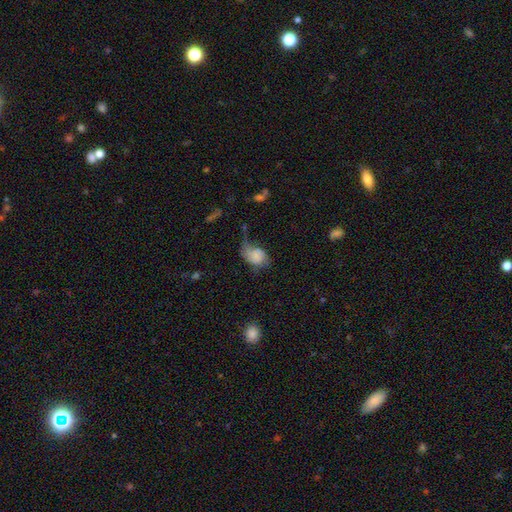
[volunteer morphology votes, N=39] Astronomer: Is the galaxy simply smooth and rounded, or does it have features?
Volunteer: smooth — 67%.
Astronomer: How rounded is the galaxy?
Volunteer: in between — 73%.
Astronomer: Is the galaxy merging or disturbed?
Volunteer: major disturbance — 63%.